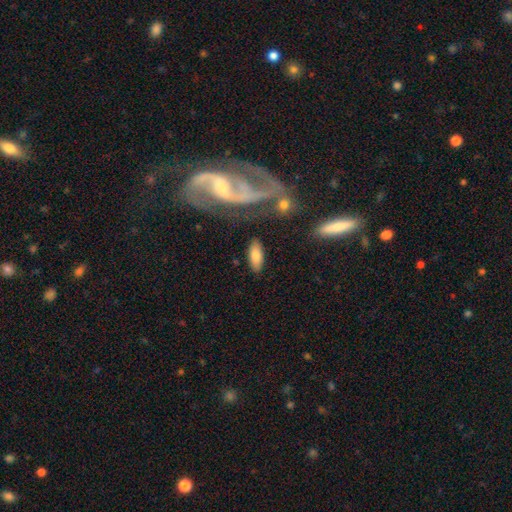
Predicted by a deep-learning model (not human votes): This is likely a smooth galaxy (77%). How rounded: clearly in between (80%). Merging: likely none (79%).